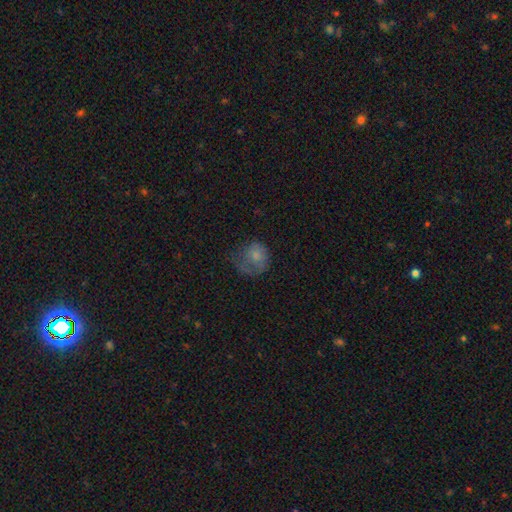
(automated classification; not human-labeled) A smooth galaxy with no disk features (68%) that is round (71%).

Vote fractions:
- Smooth or featured? smooth: 68% / featured or disk: 21% / star or artifact: 10%
- How rounded? round: 71% / in between: 28% / cigar-shaped: 1%
- Merging? major disturbance: 40% / none: 32% / minor disturbance: 27% / merger: 2%